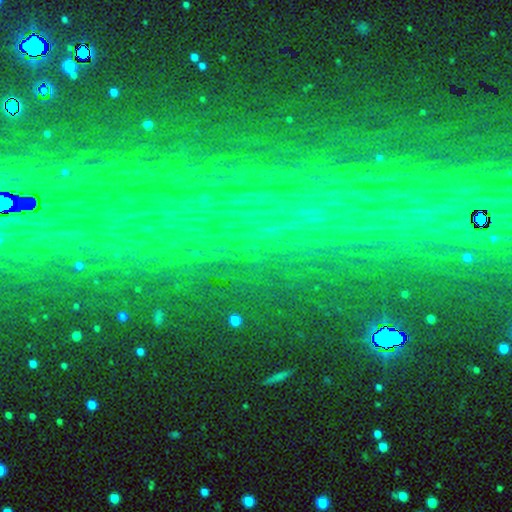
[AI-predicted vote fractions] smooth-or-featured: star or artifact: 83% | featured or disk: 9% | smooth: 8%